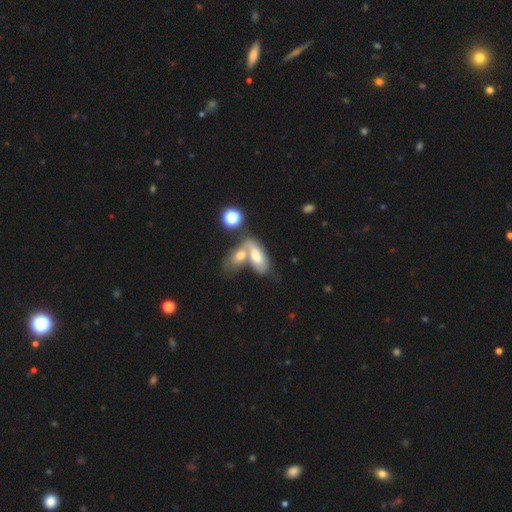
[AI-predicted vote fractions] Smooth or featured? smooth (61%)
How rounded? in between (83%)
Merging? merger (62%)